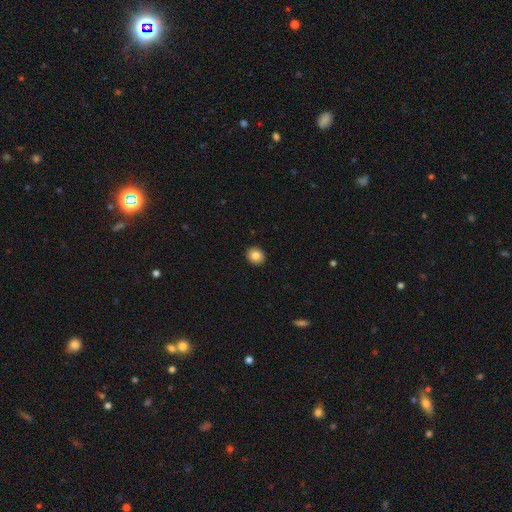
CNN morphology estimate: Smooth or featured? Predicted: smooth (p=0.84). How rounded? Predicted: round (p=0.76). Merging? Predicted: none (p=0.93).